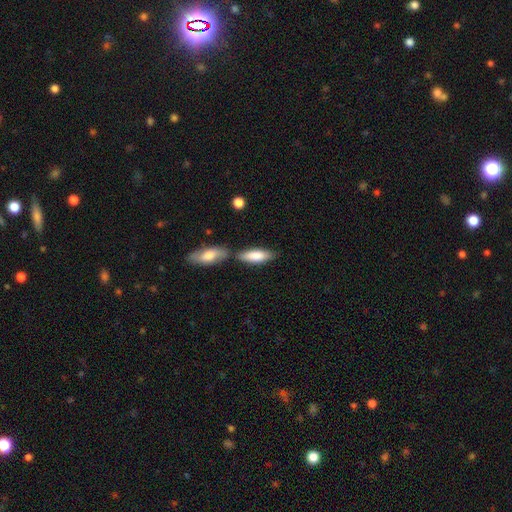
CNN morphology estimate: Overall: smooth (80%). How rounded: in between (61%; cigar-shaped 37%). Merging: none (59%; merger 25%).